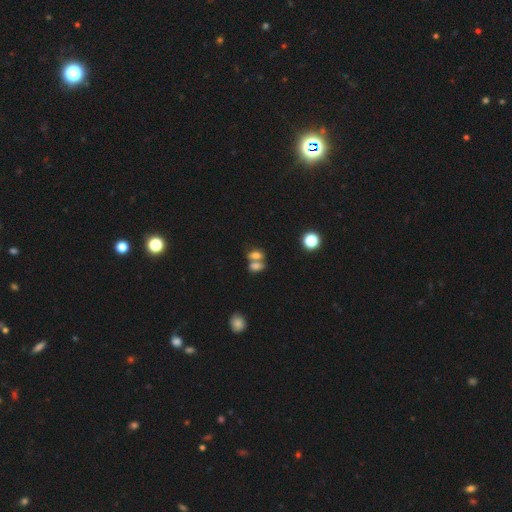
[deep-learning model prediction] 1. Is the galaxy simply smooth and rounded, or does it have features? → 72% smooth, 15% featured or disk, 13% star or artifact.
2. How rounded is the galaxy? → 78% in between, 16% round, 6% cigar-shaped.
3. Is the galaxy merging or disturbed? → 57% merger, 30% none, 8% minor disturbance, 4% major disturbance.